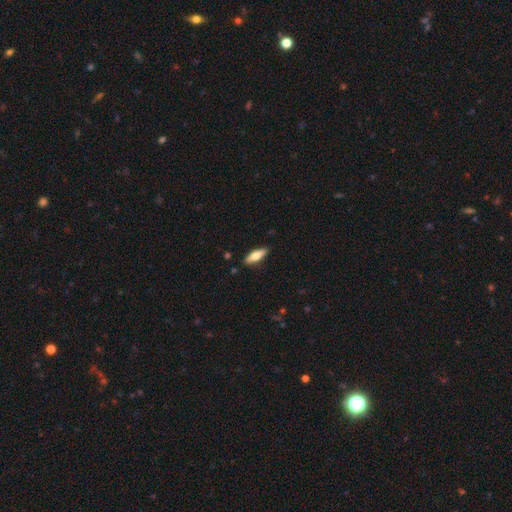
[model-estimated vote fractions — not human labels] Smooth or featured? smooth (63%)
How rounded? in between (54%)
Merging? none (88%)